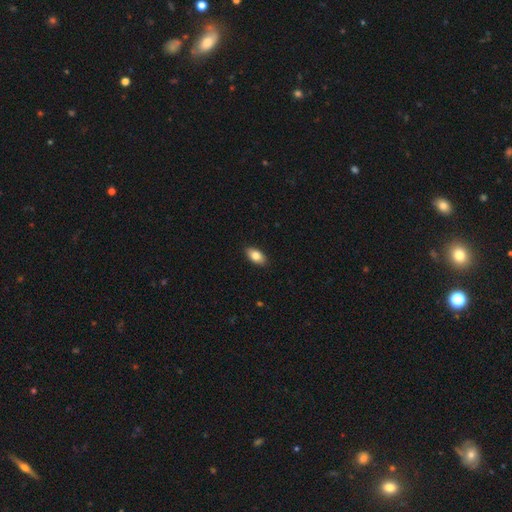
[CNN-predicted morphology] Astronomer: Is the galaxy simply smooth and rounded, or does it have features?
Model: smooth — 83%.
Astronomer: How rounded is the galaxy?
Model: in between — 92%.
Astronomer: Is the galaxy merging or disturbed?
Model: none — 89%.